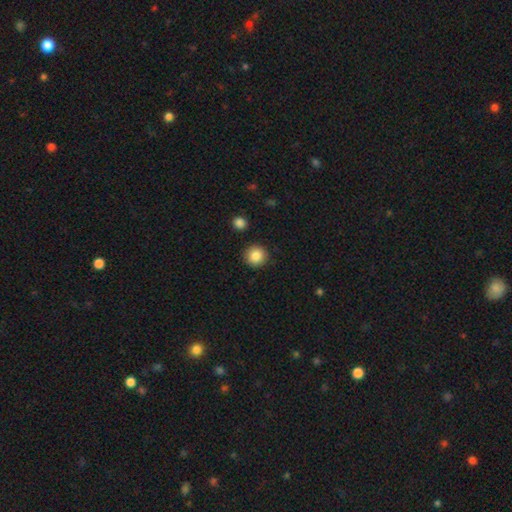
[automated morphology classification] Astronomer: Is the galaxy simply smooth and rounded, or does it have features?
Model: smooth — 87%.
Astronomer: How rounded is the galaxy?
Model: round — 94%.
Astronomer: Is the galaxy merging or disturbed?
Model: none — 90%.